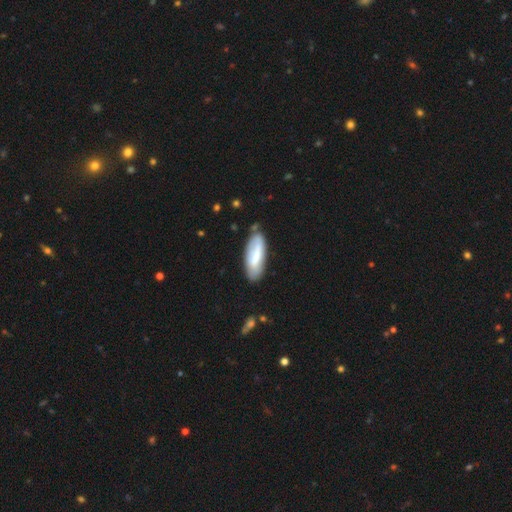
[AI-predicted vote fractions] A smooth galaxy with no disk features (61%) that is in between round and cigar-shaped (63%).

Vote fractions:
- Smooth or featured? smooth: 61% / featured or disk: 33% / star or artifact: 6%
- How rounded? in between: 63% / cigar-shaped: 35% / round: 2%
- Merging? none: 72% / minor disturbance: 20% / major disturbance: 5% / merger: 4%